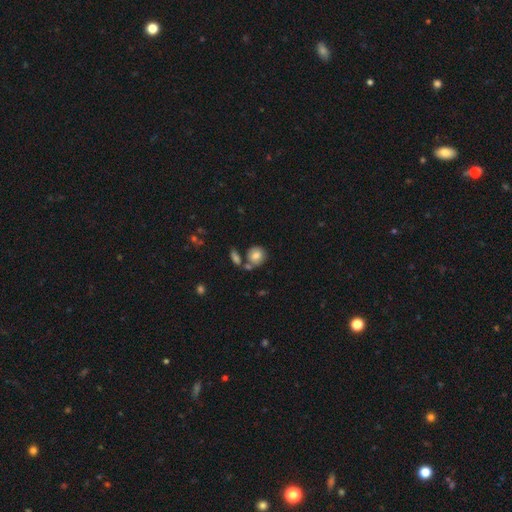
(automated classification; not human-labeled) Smooth or featured? smooth (79%)
How rounded? round (80%)
Merging? none (59%)